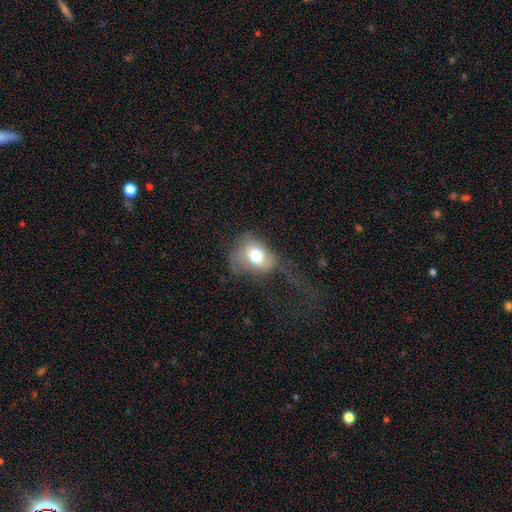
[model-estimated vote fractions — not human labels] This appears to be a smooth galaxy with no disk features (67%) that is in between round and cigar-shaped (60%). Merging: major disturbance (42%).